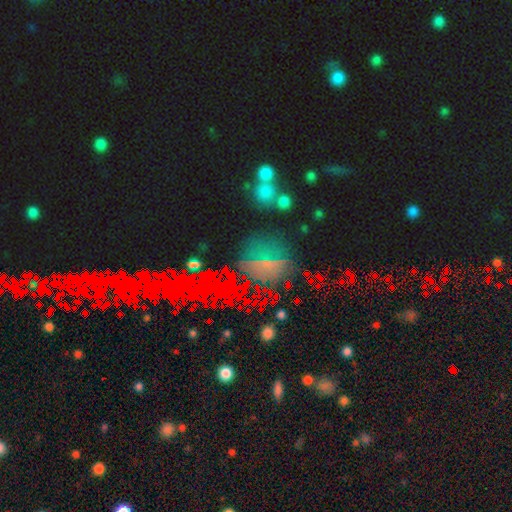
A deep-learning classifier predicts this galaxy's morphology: Smooth or featured? Predicted: star or artifact (p=0.65).